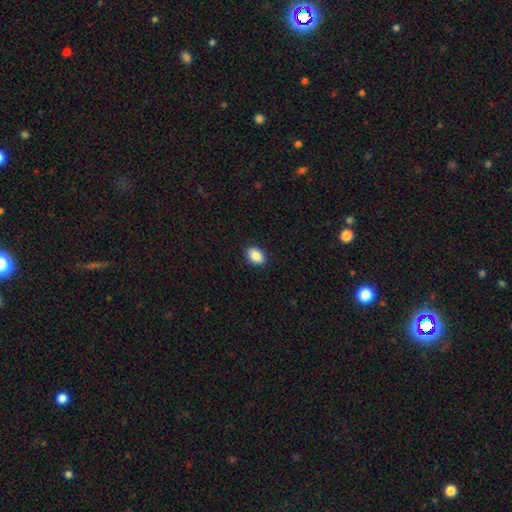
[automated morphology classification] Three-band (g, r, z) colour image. It shows a smooth galaxy with no disk features (88%) that is in between round and cigar-shaped (86%). Merging: none (89%).